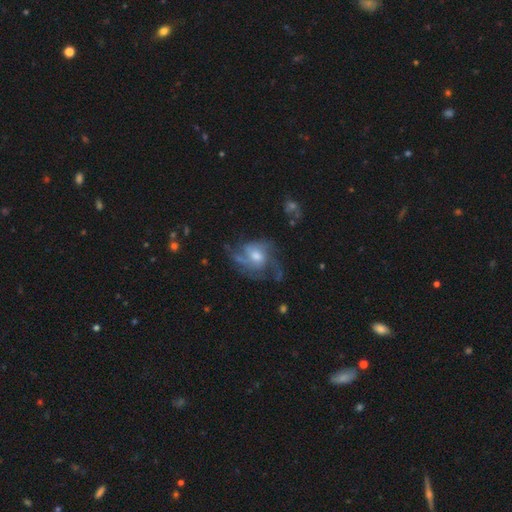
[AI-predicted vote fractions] A featured or disk galaxy (79%) with no bar (67%), 3 (35%) medium (47%) spiral arms (91%) and a moderate central bulge (63%). Merging: none (57%).